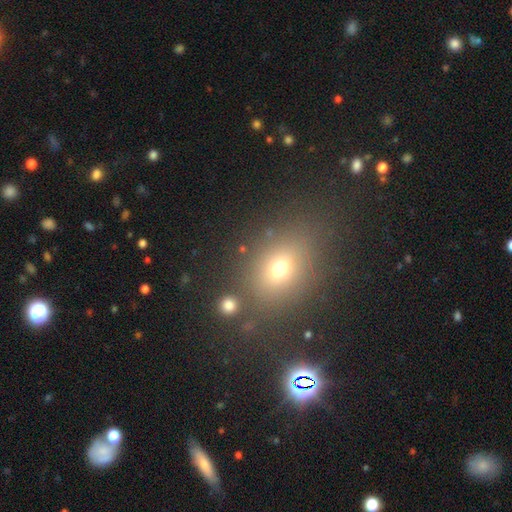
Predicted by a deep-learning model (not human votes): Overall: smooth (56%; star or artifact 32%). How rounded: in between (57%; round 41%). Merging: none (83%).